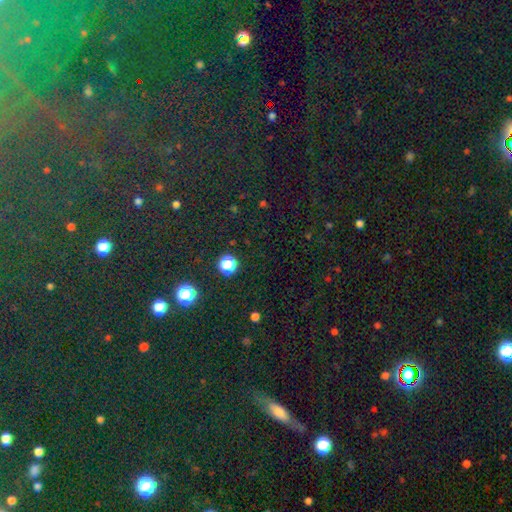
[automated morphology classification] This is likely a star or artifact rather than a galaxy (66%).